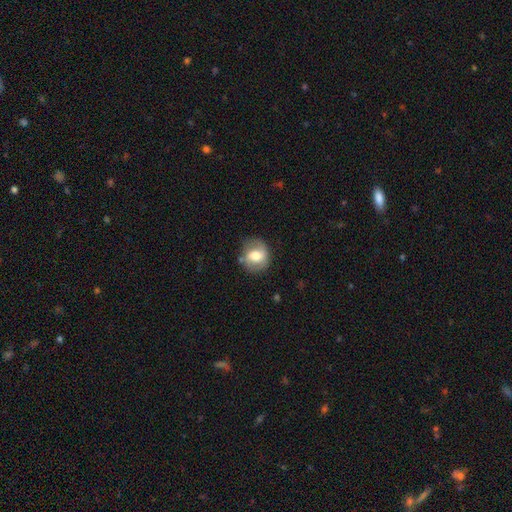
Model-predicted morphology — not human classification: A smooth galaxy with no disk features (57%) that is round (75%).

Vote fractions:
- Smooth or featured? smooth: 57% / featured or disk: 35% / star or artifact: 8%
- How rounded? round: 75% / in between: 24% / cigar-shaped: 1%
- Merging? none: 71% / minor disturbance: 19% / major disturbance: 6% / merger: 4%